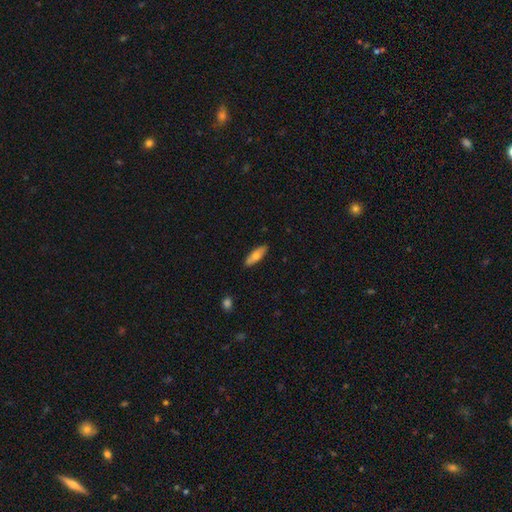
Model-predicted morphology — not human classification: The model was most divided on "how rounded": in between: 51%, cigar-shaped: 46%, round: 2%. More confident: merging — none (88%); smooth or featured — smooth (66%).